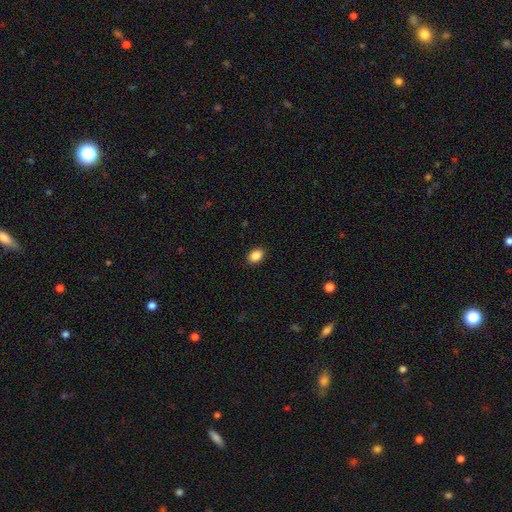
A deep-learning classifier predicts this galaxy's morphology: smooth 88%, star or artifact 9%, featured or disk 4%. Down the decision tree: how rounded — in between (72%); merging — none (90%).